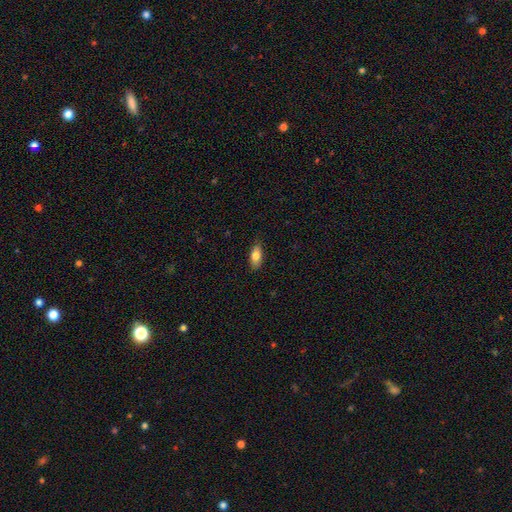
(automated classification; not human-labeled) Q: Smooth or featured?
A: smooth (80%); runner-up: featured or disk (13%)
Q: How rounded?
A: in between (87%); runner-up: cigar-shaped (10%)
Q: Merging?
A: none (84%); runner-up: minor disturbance (13%)